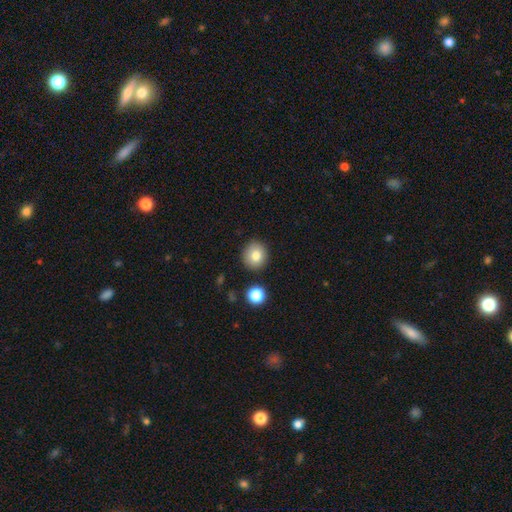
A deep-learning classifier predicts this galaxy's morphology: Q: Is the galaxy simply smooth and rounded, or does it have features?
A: smooth — 81%.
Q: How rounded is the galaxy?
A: round — 90%.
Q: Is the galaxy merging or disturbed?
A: none — 88%.